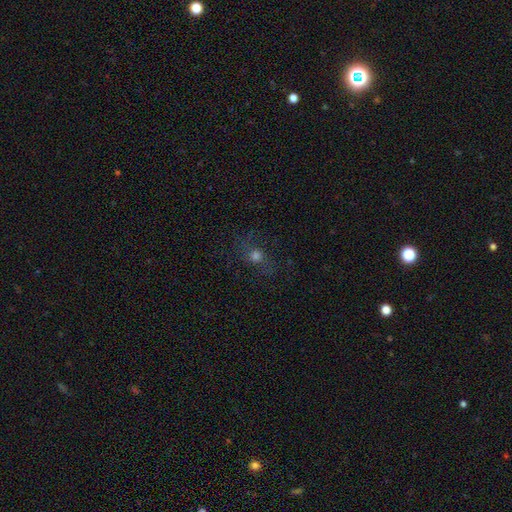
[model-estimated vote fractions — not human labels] Overall: smooth (41%; star or artifact 31%). Merging: none (74%).